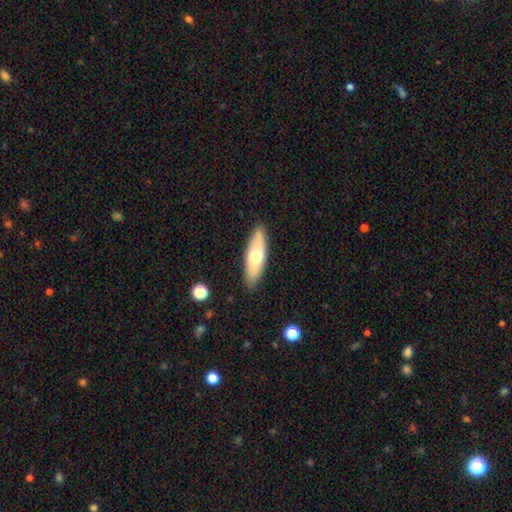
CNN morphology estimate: The model was most divided on "how rounded": in between: 51%, cigar-shaped: 47%, round: 2%. More confident: merging — none (88%); smooth or featured — smooth (60%).